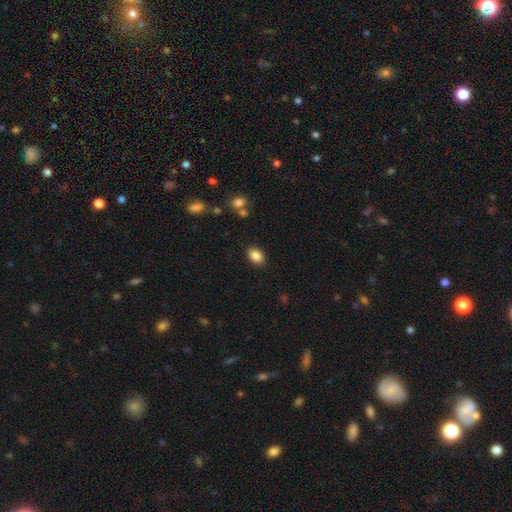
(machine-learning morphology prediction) smooth_or_featured: smooth (p=0.86) [alt: star or artifact p=0.09]
how_rounded: in between (p=0.79) [alt: round p=0.19]
merging: none (p=0.87) [alt: minor disturbance p=0.09]